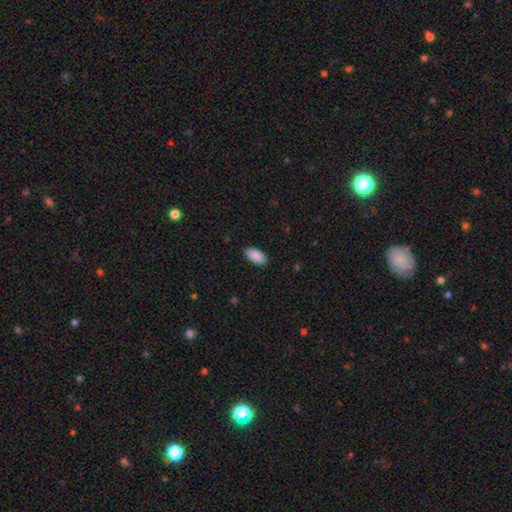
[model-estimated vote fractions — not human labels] smooth_or_featured: smooth (p=0.90) [alt: star or artifact p=0.06]
how_rounded: in between (p=0.95) [alt: cigar-shaped p=0.03]
merging: none (p=0.89) [alt: minor disturbance p=0.08]